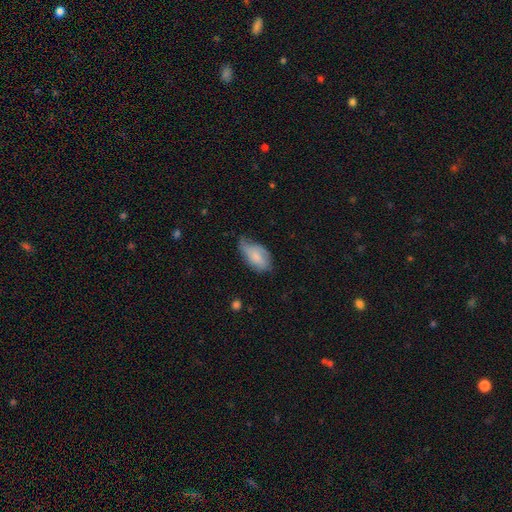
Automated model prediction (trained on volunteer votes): The model was most divided on "merging": minor disturbance: 46%, none: 33%, major disturbance: 18%, merger: 2%. More confident: how rounded — in between (92%); smooth or featured — smooth (71%).